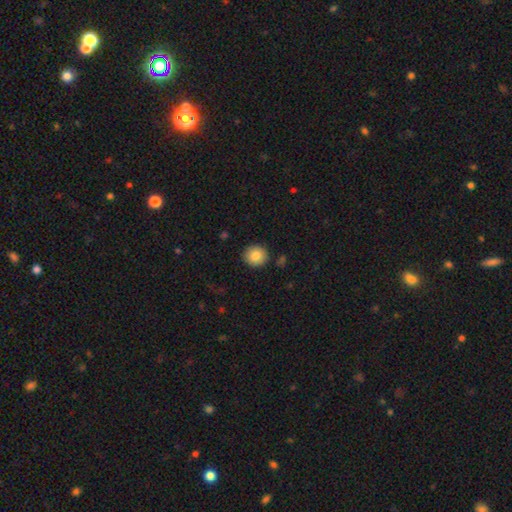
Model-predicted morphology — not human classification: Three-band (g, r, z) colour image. It shows a smooth galaxy with no disk features (84%) that is round (90%). Merging: none (90%).